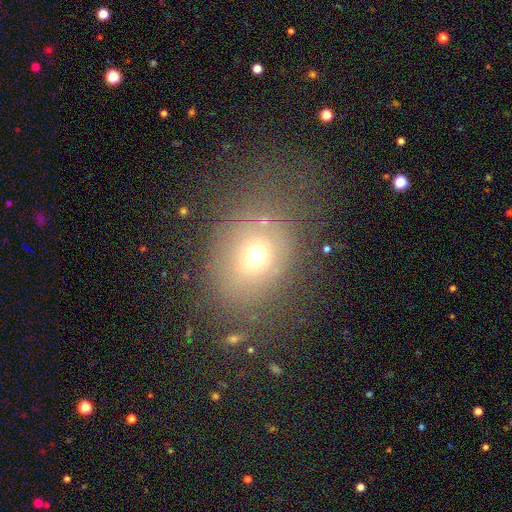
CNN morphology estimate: This appears to be a smooth galaxy with no disk features (63%) that is in between round and cigar-shaped (53%). Merging: none (59%).